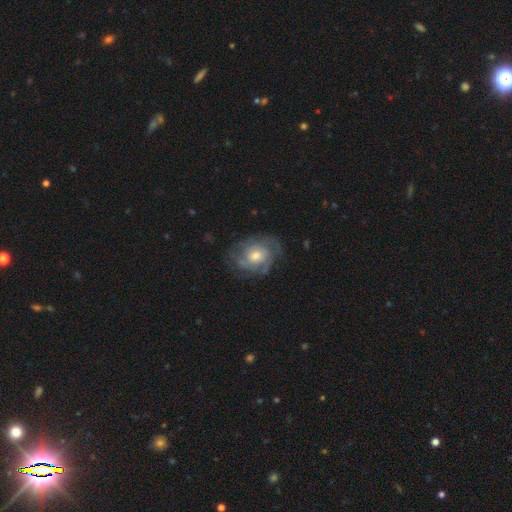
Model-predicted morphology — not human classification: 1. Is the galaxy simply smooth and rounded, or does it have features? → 73% featured or disk, 20% smooth, 6% star or artifact.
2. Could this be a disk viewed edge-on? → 97% no, 3% yes.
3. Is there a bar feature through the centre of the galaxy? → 77% no, 20% weak, 3% strong.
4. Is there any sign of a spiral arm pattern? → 85% yes, 15% no.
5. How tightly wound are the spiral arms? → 58% tight, 32% medium, 10% loose.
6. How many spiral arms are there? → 41% can't tell, 24% 2, 18% 3, 8% 4, 5% 1, 5% more than 4.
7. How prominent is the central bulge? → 59% moderate, 31% small, 8% large, 2% none, 1% dominant.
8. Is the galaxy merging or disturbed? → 69% none, 19% minor disturbance, 10% major disturbance, 1% merger.